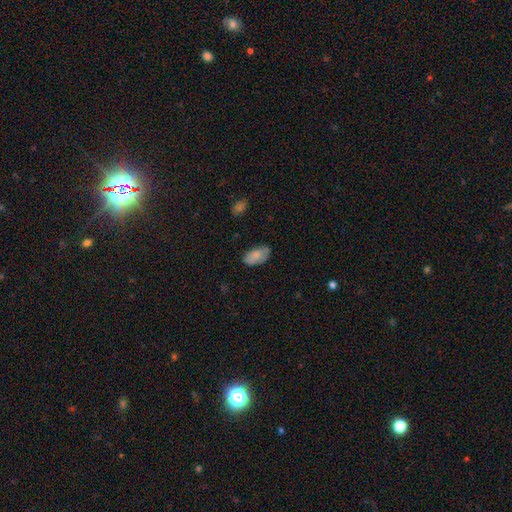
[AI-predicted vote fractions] Overall: smooth (79%). How rounded: in between (94%). Merging: none (69%).